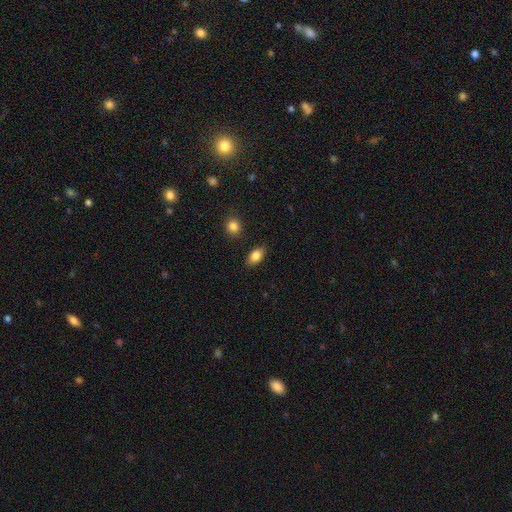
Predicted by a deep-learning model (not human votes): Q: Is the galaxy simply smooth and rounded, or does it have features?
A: smooth — 85%.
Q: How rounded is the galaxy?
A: in between — 87%.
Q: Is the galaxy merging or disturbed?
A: none — 86%.